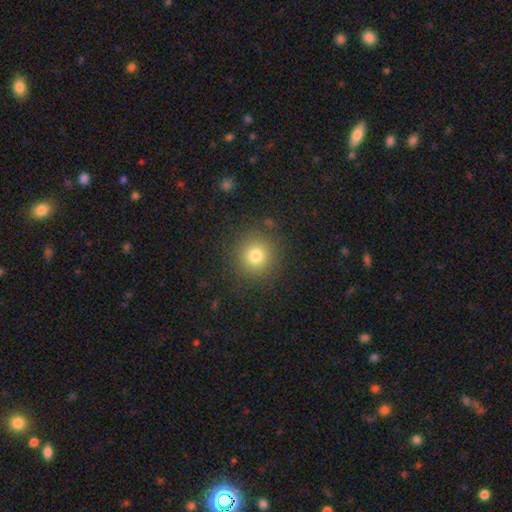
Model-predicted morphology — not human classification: The model was most divided on "smooth or featured": smooth: 77%, star or artifact: 14%, featured or disk: 8%. More confident: how rounded — round (94%); merging — none (89%).